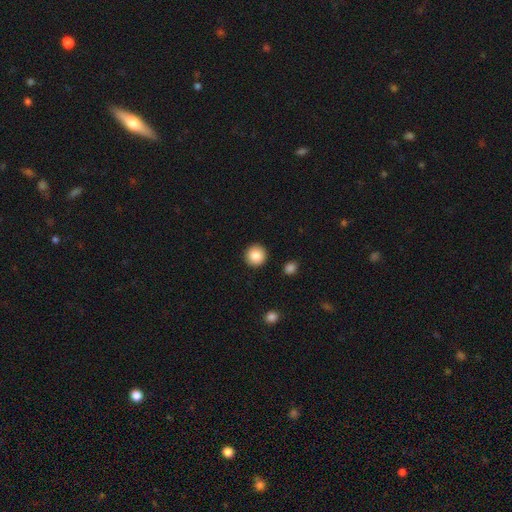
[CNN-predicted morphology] Smooth or featured: smooth — 87% (star or artifact — 8%)
How rounded: round — 95% (in between — 4%)
Merging: none — 92% (minor disturbance — 5%)